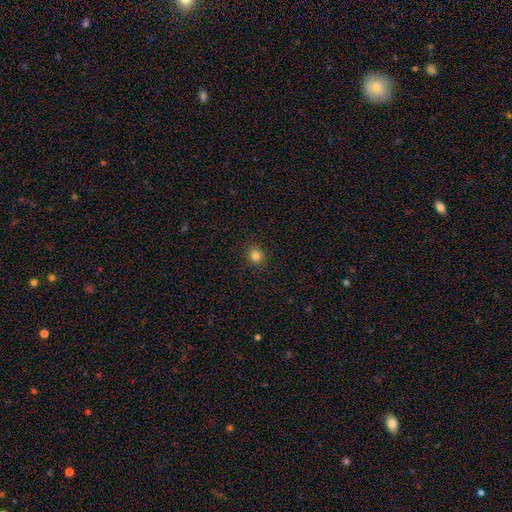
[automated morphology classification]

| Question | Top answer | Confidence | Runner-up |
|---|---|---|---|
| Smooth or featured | smooth | 82% | star or artifact (13%) |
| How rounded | round | 89% | in between (10%) |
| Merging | none | 92% | minor disturbance (5%) |